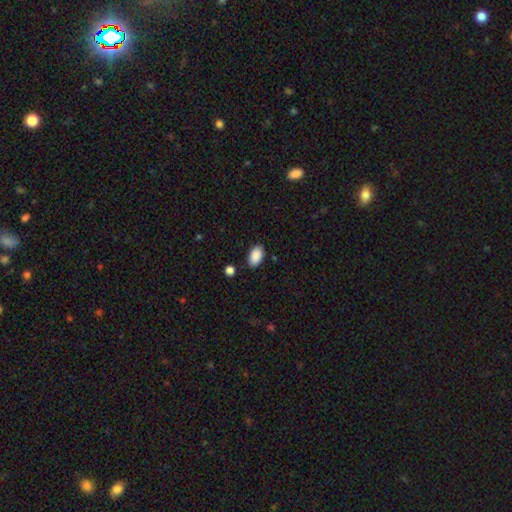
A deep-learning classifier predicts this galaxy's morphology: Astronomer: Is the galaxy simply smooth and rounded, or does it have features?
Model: smooth — 90%.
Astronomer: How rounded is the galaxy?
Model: in between — 94%.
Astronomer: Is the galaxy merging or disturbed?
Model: none — 86%.